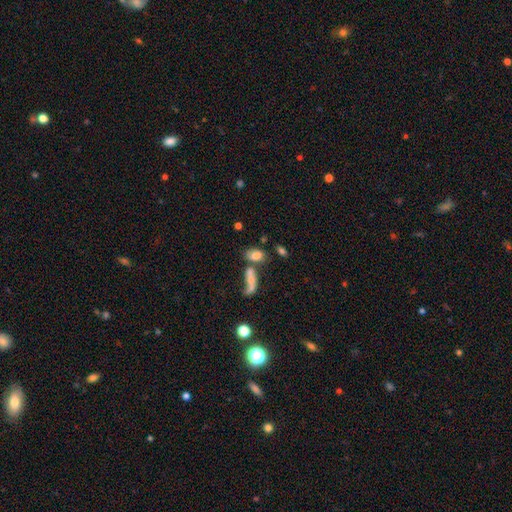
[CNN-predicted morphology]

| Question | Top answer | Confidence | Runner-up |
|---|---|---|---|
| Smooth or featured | smooth | 72% | featured or disk (17%) |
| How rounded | in between | 87% | round (7%) |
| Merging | merger | 42% | none (36%) |